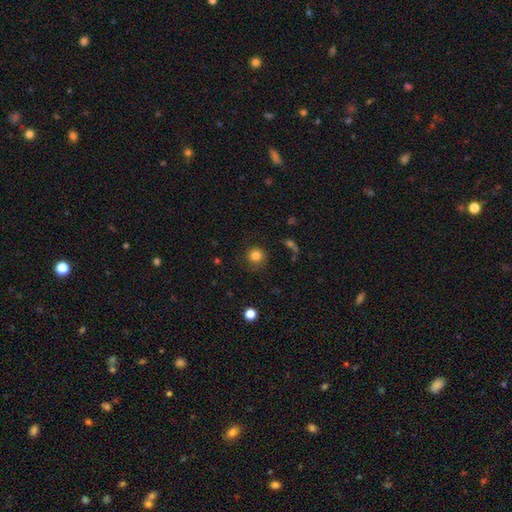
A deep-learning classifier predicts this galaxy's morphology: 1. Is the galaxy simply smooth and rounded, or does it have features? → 81% smooth, 12% star or artifact, 7% featured or disk.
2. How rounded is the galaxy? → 92% round, 7% in between, 1% cigar-shaped.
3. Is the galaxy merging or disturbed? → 81% none, 13% minor disturbance, 5% major disturbance, 2% merger.